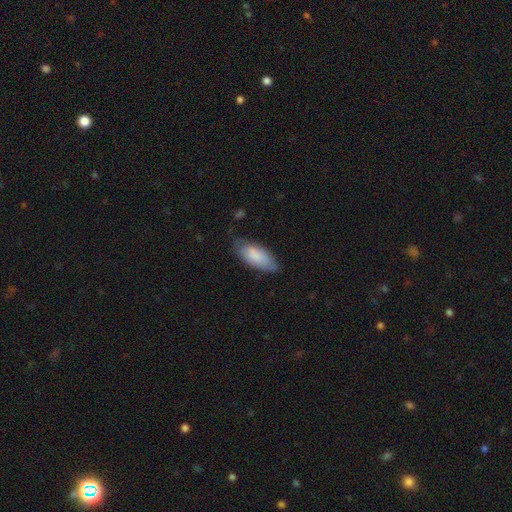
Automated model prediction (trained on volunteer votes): This appears to be a smooth galaxy with no disk features (82%) that is in between round and cigar-shaped (84%). Merging: none (69%).